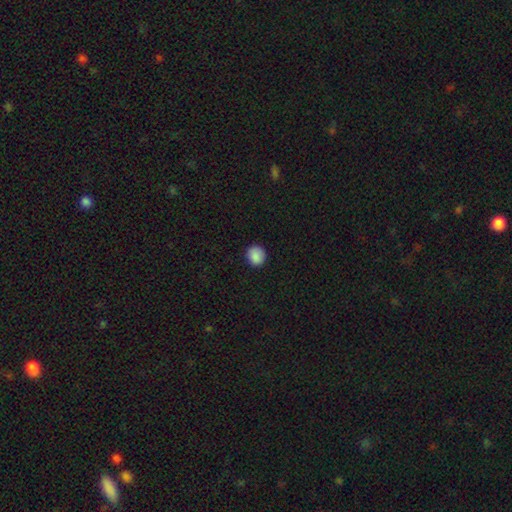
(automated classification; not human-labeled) Morphology: type=smooth (88%); roundness=round (85%); merging=none (89%).